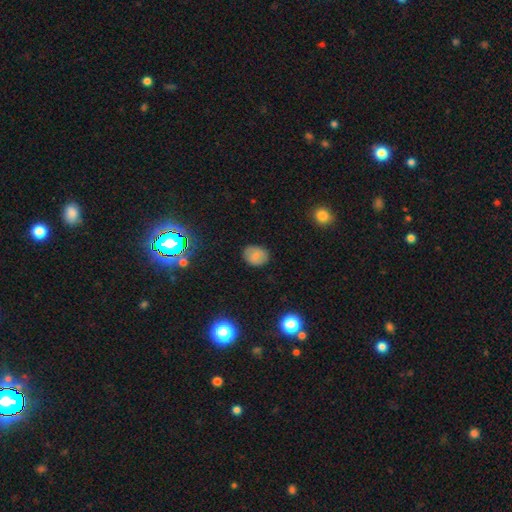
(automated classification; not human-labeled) The model was most divided on "how rounded": in between: 55%, round: 44%, cigar-shaped: 1%. More confident: merging — none (85%); smooth or featured — smooth (75%).